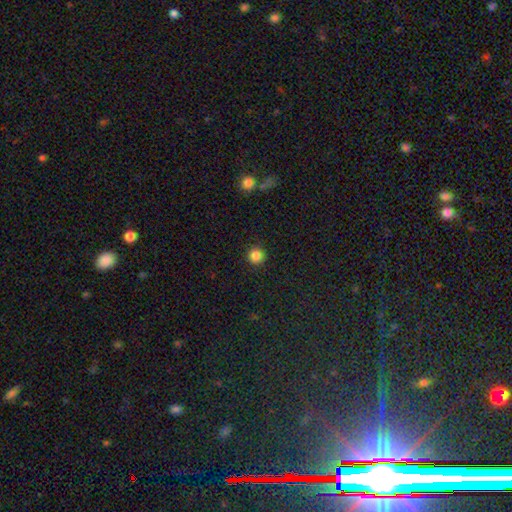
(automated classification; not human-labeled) smooth 85%, star or artifact 11%, featured or disk 3%. Down the decision tree: how rounded — round (96%); merging — none (93%).